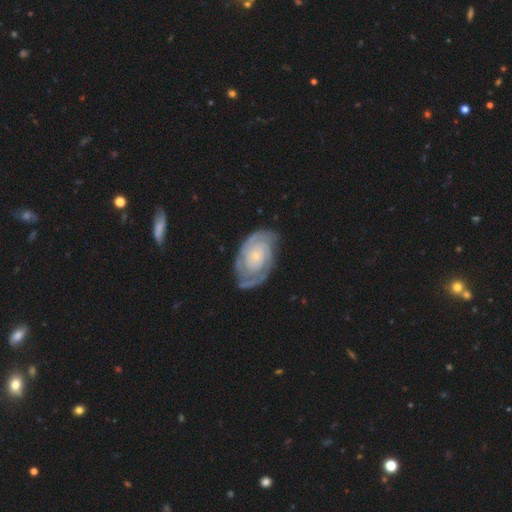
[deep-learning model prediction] Smooth or featured? featured or disk (88%)
Edge-on disk? no (97%)
Bar? no (78%)
Spiral arms? yes (97%)
Spiral winding? tight (76%)
Spiral arm count? 2 (58%)
Bulge size? small (80%)
Merging? none (76%)